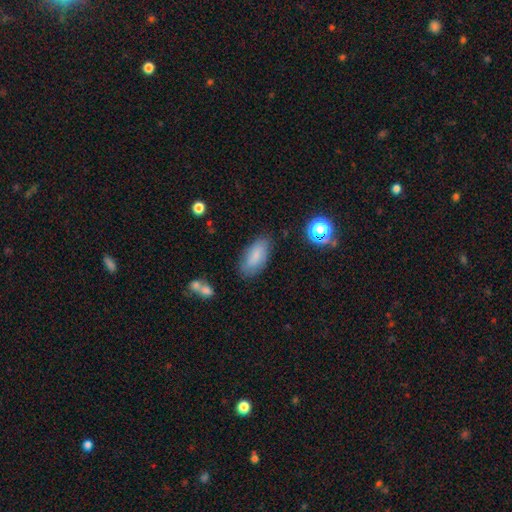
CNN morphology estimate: Smooth or featured?
  - smooth: 78% *
  - featured or disk: 13%
  - star or artifact: 8%
How rounded?
  - in between: 87% *
  - cigar-shaped: 10%
  - round: 3%
Merging?
  - none: 79% *
  - minor disturbance: 15%
  - major disturbance: 4%
  - merger: 2%